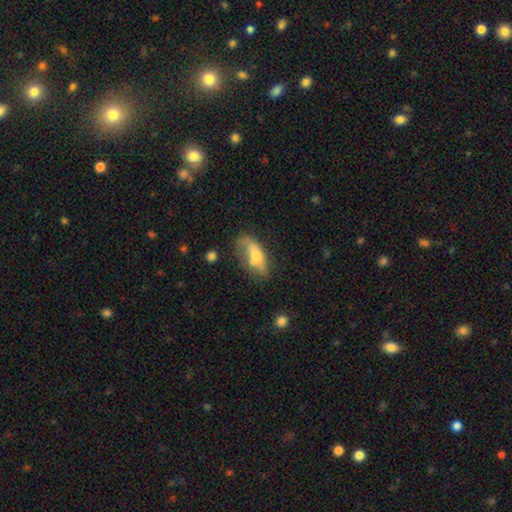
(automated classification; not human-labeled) A smooth galaxy with no disk features (58%) that is in between round and cigar-shaped (71%).

Vote fractions:
- Smooth or featured? smooth: 58% / featured or disk: 34% / star or artifact: 8%
- How rounded? in between: 71% / cigar-shaped: 26% / round: 3%
- Merging? none: 42% / minor disturbance: 29% / major disturbance: 20% / merger: 9%